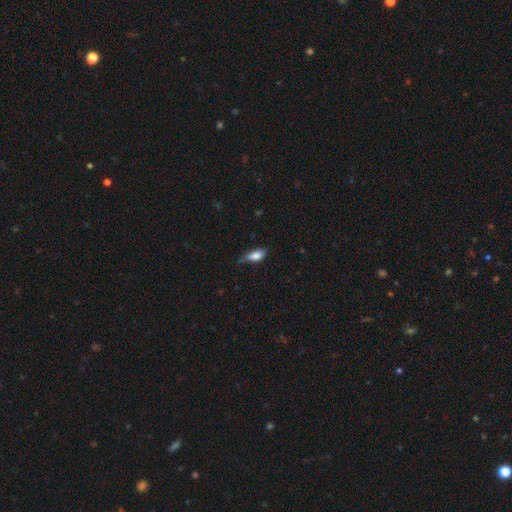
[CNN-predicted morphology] A smooth galaxy with no disk features (83%) that is in between round and cigar-shaped (83%).

Vote fractions:
- Smooth or featured? smooth: 83% / featured or disk: 10% / star or artifact: 7%
- How rounded? in between: 83% / cigar-shaped: 14% / round: 3%
- Merging? none: 51% / minor disturbance: 38% / major disturbance: 9% / merger: 2%